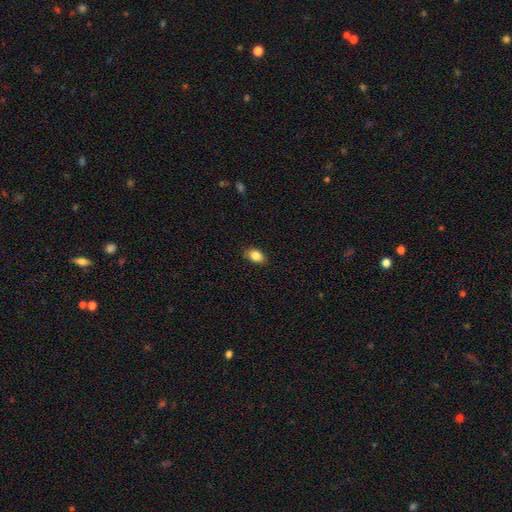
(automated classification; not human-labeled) A smooth galaxy with no disk features (85%) that is in between round and cigar-shaped (83%). Merging: none (88%).